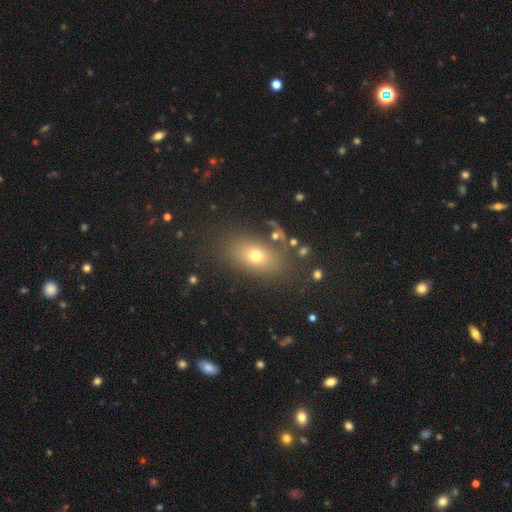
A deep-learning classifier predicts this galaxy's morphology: Smooth or featured: smooth — 67% (star or artifact — 17%)
How rounded: in between — 78% (round — 17%)
Merging: none — 81% (minor disturbance — 11%)